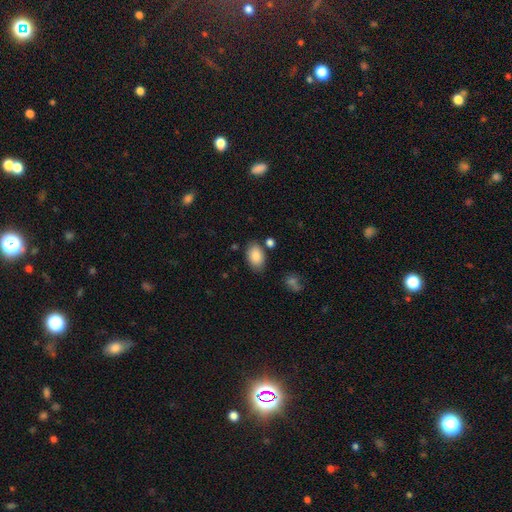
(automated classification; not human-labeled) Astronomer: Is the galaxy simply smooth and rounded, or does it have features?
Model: smooth — 87%.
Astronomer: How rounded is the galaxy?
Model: in between — 90%.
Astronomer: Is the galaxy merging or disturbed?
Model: none — 78%.